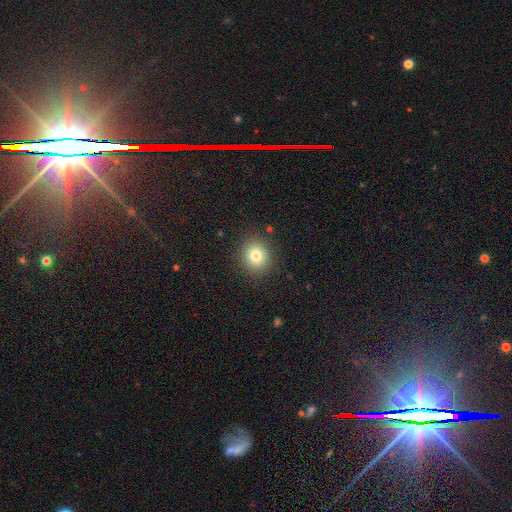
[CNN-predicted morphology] The model was most divided on "smooth or featured": smooth: 79%, star or artifact: 12%, featured or disk: 9%. More confident: merging — none (90%); how rounded — round (85%).